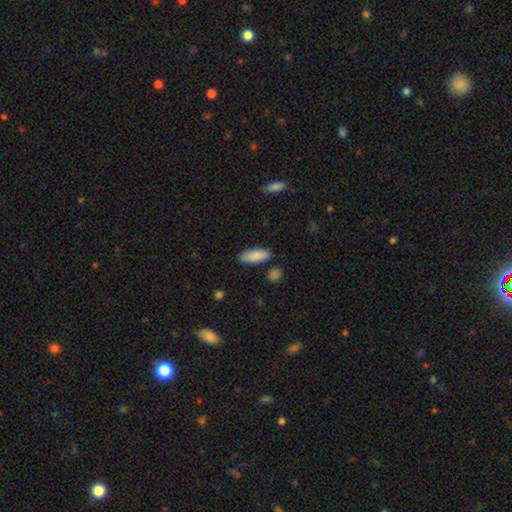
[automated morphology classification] A smooth galaxy with no disk features (88%) that is in between round and cigar-shaped (76%).

Vote fractions:
- Smooth or featured? smooth: 88% / star or artifact: 6% / featured or disk: 6%
- How rounded? in between: 76% / cigar-shaped: 22% / round: 2%
- Merging? none: 84% / minor disturbance: 10% / merger: 3% / major disturbance: 2%